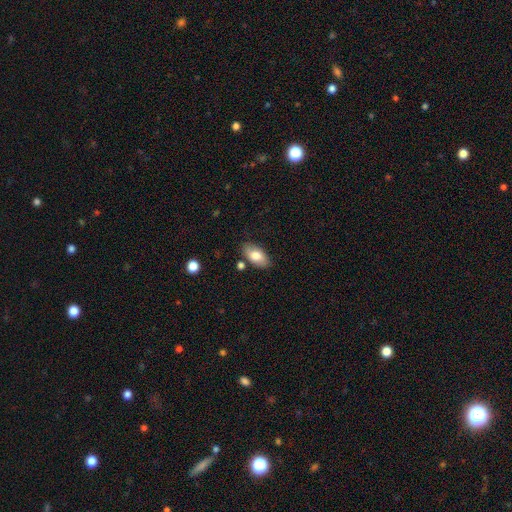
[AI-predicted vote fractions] smooth_or_featured: smooth (p=0.77) [alt: featured or disk p=0.17]
how_rounded: in between (p=0.94) [alt: round p=0.04]
merging: none (p=0.82) [alt: minor disturbance p=0.12]